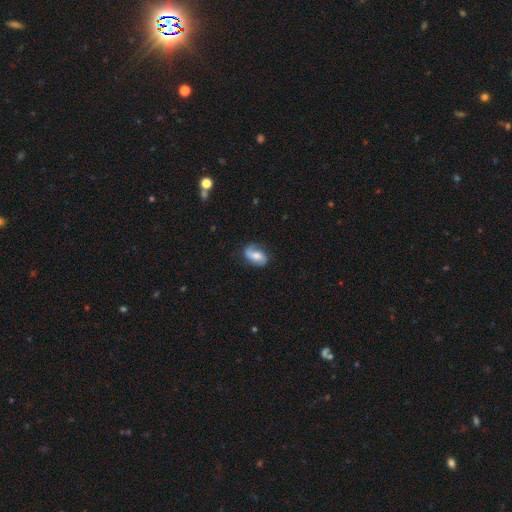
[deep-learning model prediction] A featured or disk galaxy (62%) with no bar (45%), 2 (79%) loose (51%) spiral arms (92%) and a moderate central bulge (52%). Merging: none (71%).